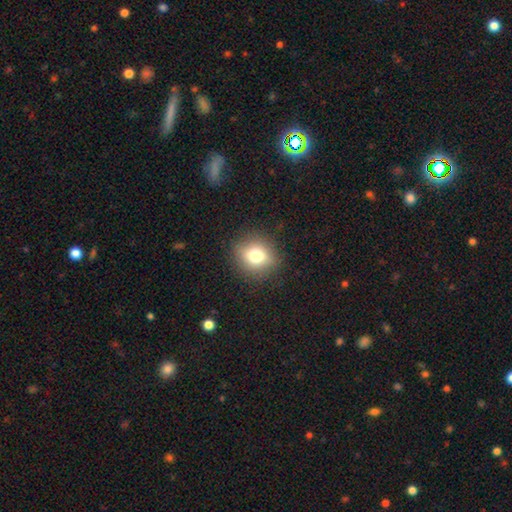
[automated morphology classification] Smooth or featured: smooth — 76% (featured or disk — 13%)
How rounded: round — 79% (in between — 20%)
Merging: none — 88% (minor disturbance — 8%)